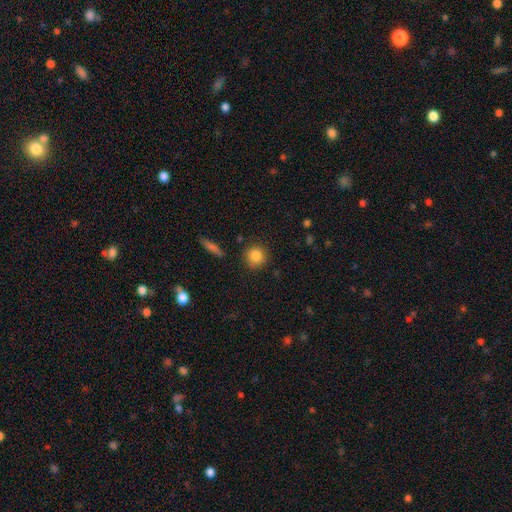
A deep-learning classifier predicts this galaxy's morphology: Q: Smooth or featured?
A: smooth (84%); runner-up: star or artifact (9%)
Q: How rounded?
A: round (91%); runner-up: in between (8%)
Q: Merging?
A: none (87%); runner-up: minor disturbance (8%)